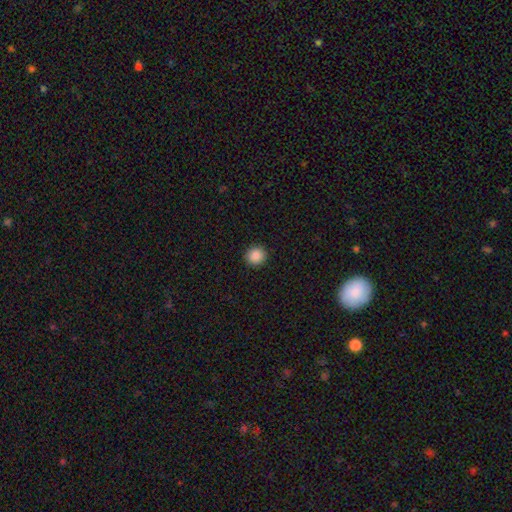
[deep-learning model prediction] Smooth or featured: smooth — 88% (star or artifact — 9%)
How rounded: round — 92% (in between — 7%)
Merging: none — 93% (minor disturbance — 5%)